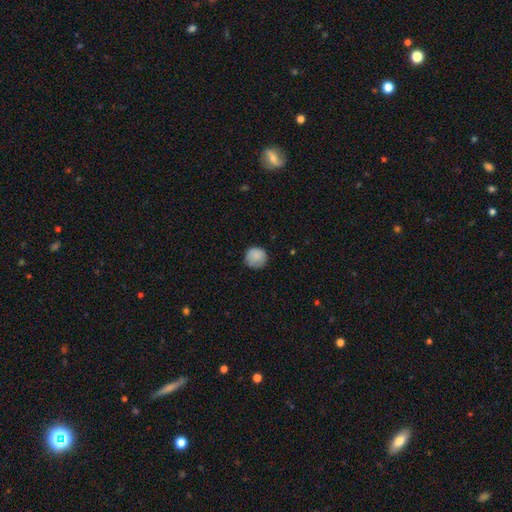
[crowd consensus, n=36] smooth_or_featured: smooth (p=0.89) [alt: featured or disk p=0.08]
how_rounded: round (p=0.94) [alt: in between p=0.03]
merging: none (p=0.86) [alt: minor disturbance p=0.11]